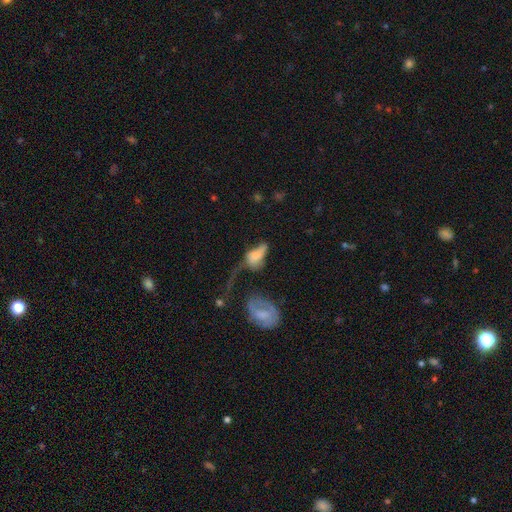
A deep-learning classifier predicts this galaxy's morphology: This is possibly a smooth galaxy (56%). How rounded: clearly in between (83%). Merging: possibly major disturbance (48%).